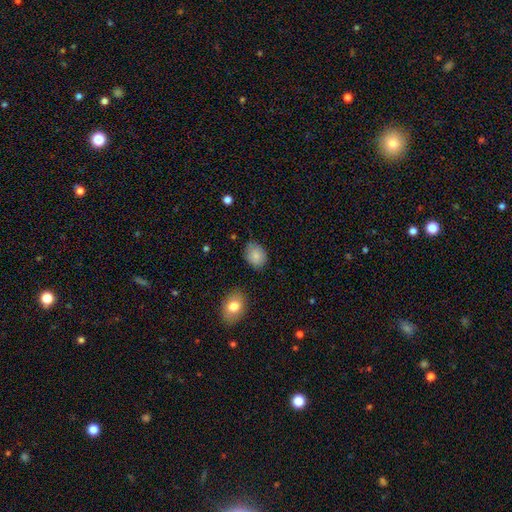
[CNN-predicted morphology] Smooth or featured: smooth — 86% (star or artifact — 8%)
How rounded: in between — 64% (round — 35%)
Merging: none — 74% (minor disturbance — 20%)